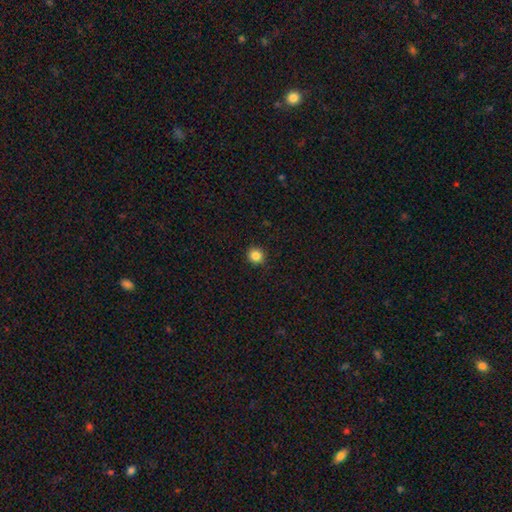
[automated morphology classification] Smooth or featured: smooth — 85% (star or artifact — 11%)
How rounded: round — 89% (in between — 10%)
Merging: none — 92% (minor disturbance — 5%)